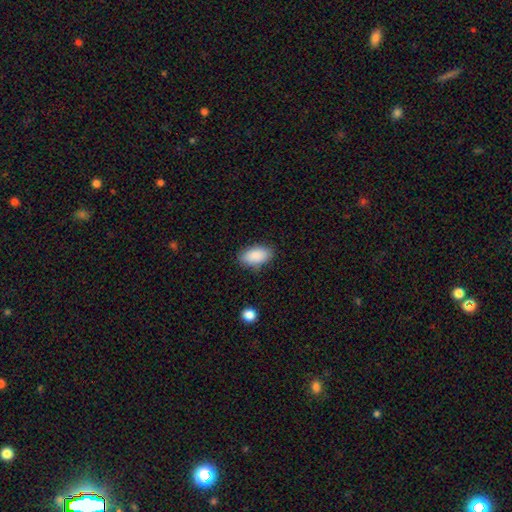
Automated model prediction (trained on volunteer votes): The model was most divided on "merging": none: 85%, minor disturbance: 11%, major disturbance: 3%, merger: 1%. More confident: how rounded — in between (93%); smooth or featured — smooth (89%).